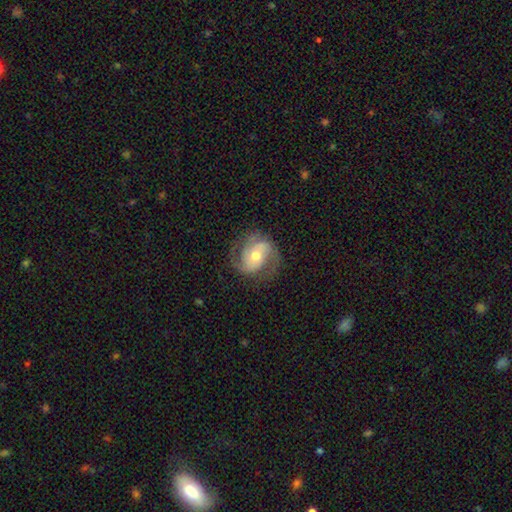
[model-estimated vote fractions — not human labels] A featured or disk galaxy (80%) with no bar (54%), 2 (71%) medium (49%) spiral arms (95%) and a moderate central bulge (68%). Merging: none (71%).